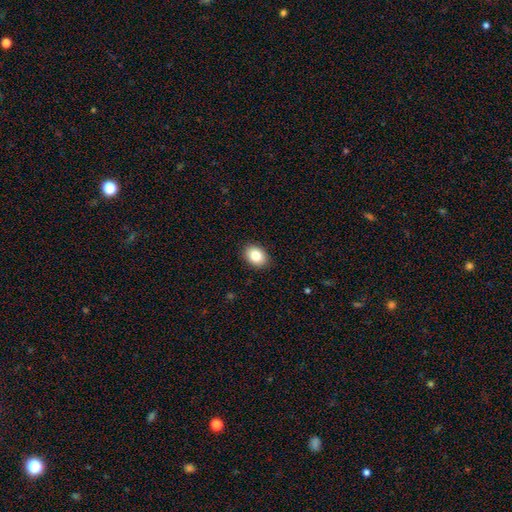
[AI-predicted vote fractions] This appears to be a smooth galaxy with no disk features (83%) that is in between round and cigar-shaped (73%). Merging: none (90%).